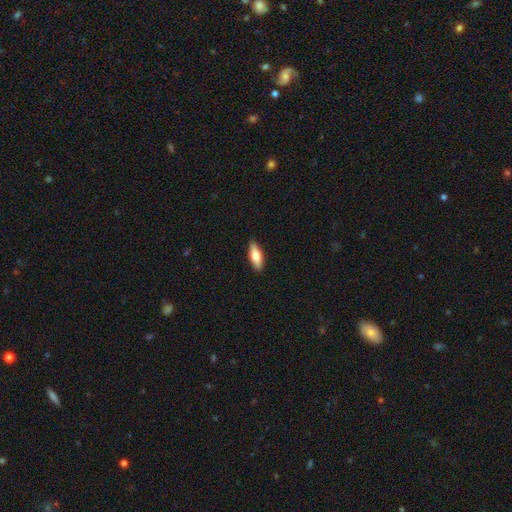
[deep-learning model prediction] smooth-or-featured: smooth: 71% | featured or disk: 23% | star or artifact: 6%
  how-rounded: in between: 58% | cigar-shaped: 40% | round: 2%
  merging: none: 90% | minor disturbance: 8% | major disturbance: 2% | merger: 1%